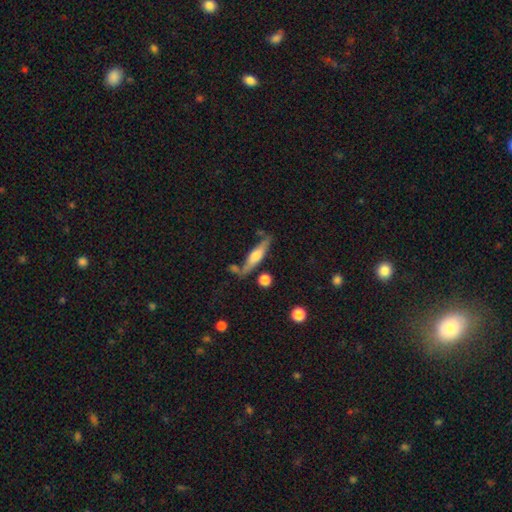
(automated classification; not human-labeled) This is possibly a featured or disk galaxy (48%). Merging: likely none (69%).